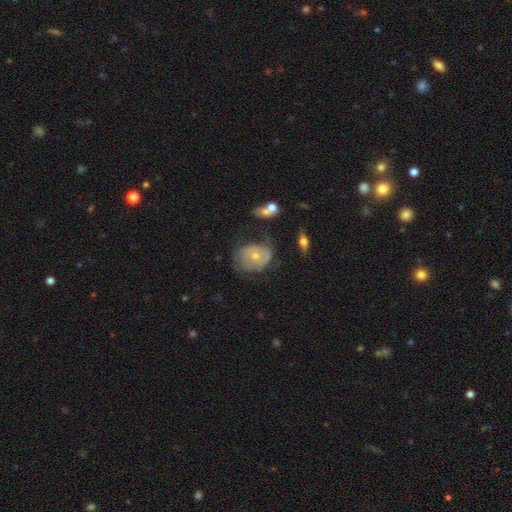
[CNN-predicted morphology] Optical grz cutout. It shows a featured or disk galaxy (60%) with no bar (78%), spiral arms (64%) and a small central bulge (52%). Merging: none (42%).